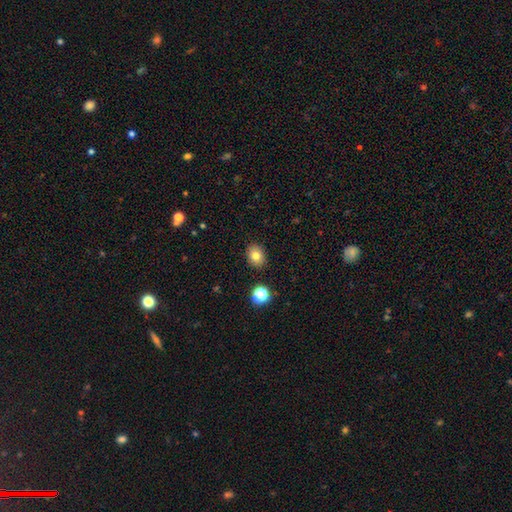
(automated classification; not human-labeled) A smooth galaxy with no disk features (79%) that is in between round and cigar-shaped (50%). Merging: none (89%).